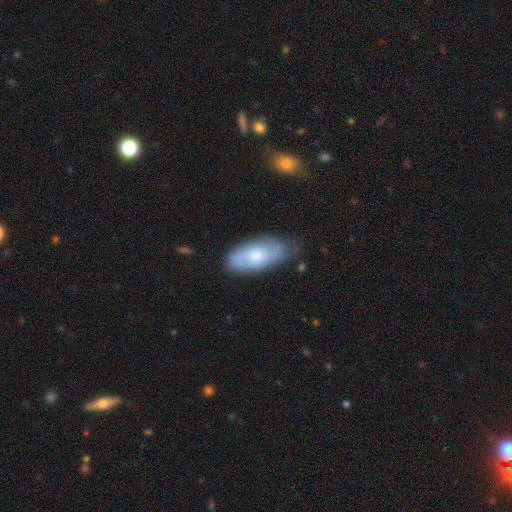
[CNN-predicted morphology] This appears to be a smooth galaxy with no disk features (59%) that is in between round and cigar-shaped (88%). Merging: none (65%).